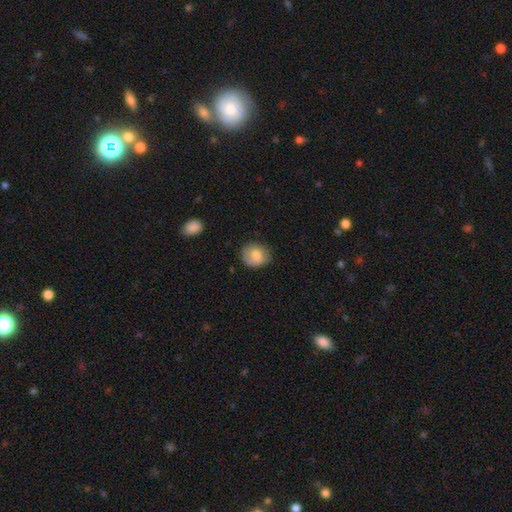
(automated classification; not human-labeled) Smooth or featured: smooth — 79% (featured or disk — 13%)
How rounded: round — 70% (in between — 30%)
Merging: none — 69% (minor disturbance — 23%)